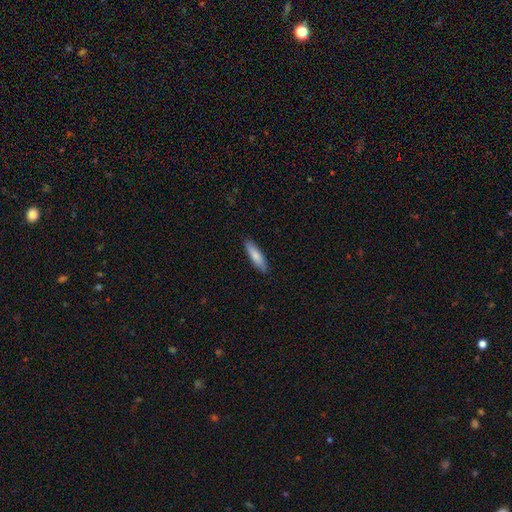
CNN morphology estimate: smooth-or-featured: smooth: 79% | featured or disk: 15% | star or artifact: 5%
  how-rounded: cigar-shaped: 69% | in between: 30% | round: 2%
  merging: none: 89% | minor disturbance: 8% | major disturbance: 2% | merger: 1%